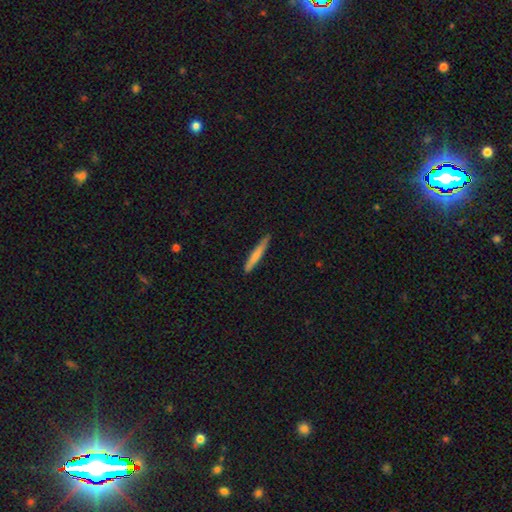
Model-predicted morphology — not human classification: This appears to be a smooth galaxy with no disk features (70%) that is cigar-shaped (95%). Merging: none (87%).